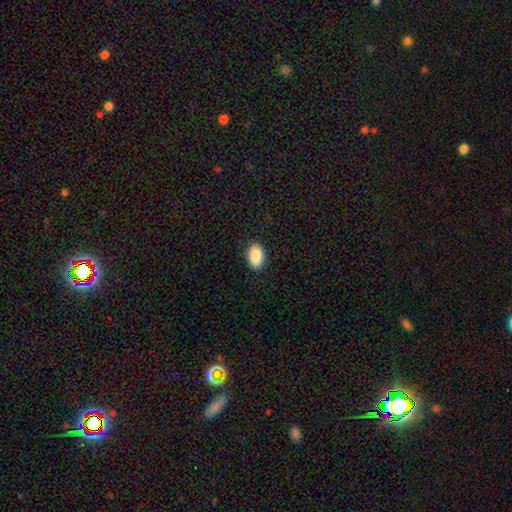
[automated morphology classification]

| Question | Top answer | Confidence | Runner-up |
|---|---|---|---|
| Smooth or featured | smooth | 91% | star or artifact (7%) |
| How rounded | in between | 93% | round (5%) |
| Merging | none | 90% | minor disturbance (7%) |